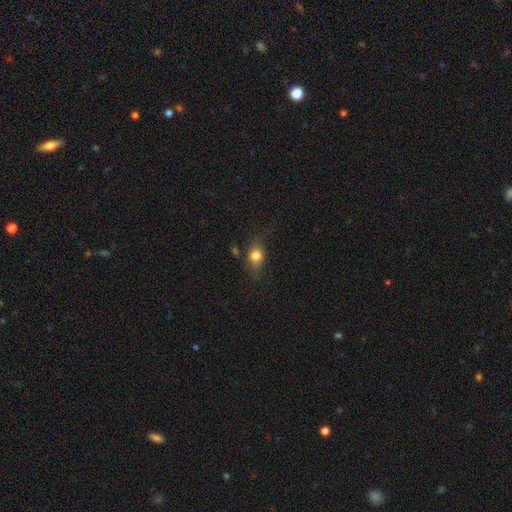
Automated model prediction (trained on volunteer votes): This appears to be a smooth galaxy with no disk features (77%) that is in between round and cigar-shaped (58%). Merging: none (66%).